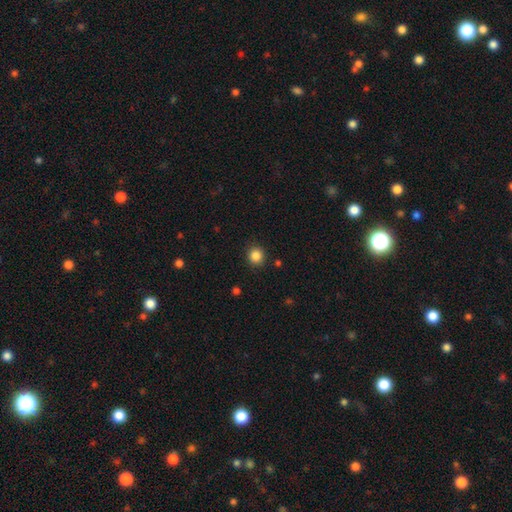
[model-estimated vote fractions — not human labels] Smooth or featured?
  - smooth: 86% *
  - star or artifact: 11%
  - featured or disk: 4%
How rounded?
  - round: 89% *
  - in between: 10%
  - cigar-shaped: 1%
Merging?
  - none: 90% *
  - minor disturbance: 6%
  - major disturbance: 2%
  - merger: 1%